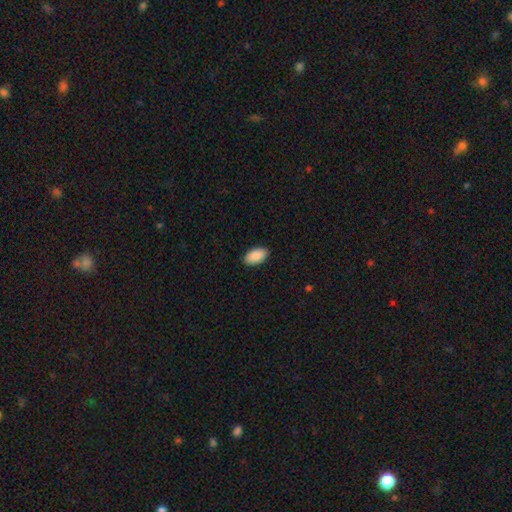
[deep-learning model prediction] This is clearly a smooth galaxy (90%). How rounded: clearly in between (96%). Merging: clearly none (89%).